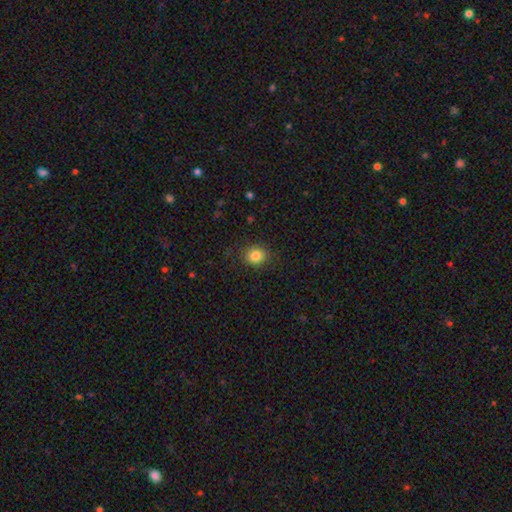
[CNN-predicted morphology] This appears to be a smooth galaxy with no disk features (84%) that is round (77%). Merging: none (87%).